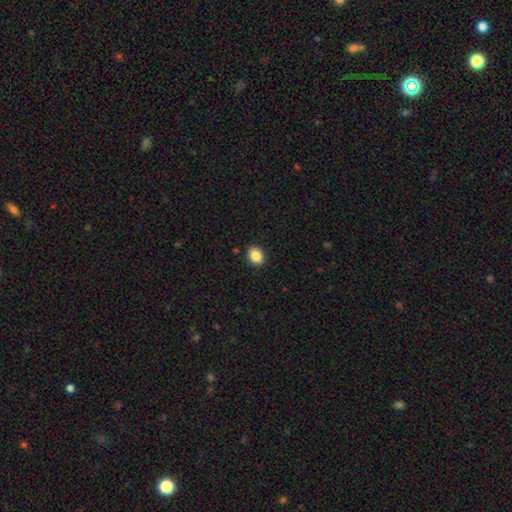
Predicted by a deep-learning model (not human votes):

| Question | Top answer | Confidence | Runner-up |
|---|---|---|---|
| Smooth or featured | smooth | 88% | star or artifact (8%) |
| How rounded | in between | 64% | round (35%) |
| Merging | none | 90% | minor disturbance (7%) |